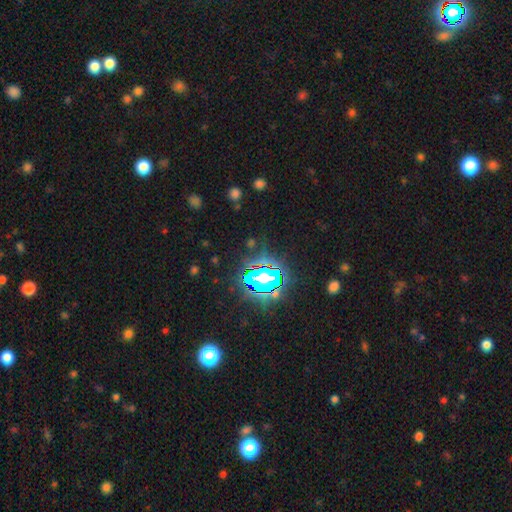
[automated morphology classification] A star or artifact, not a galaxy (82%).